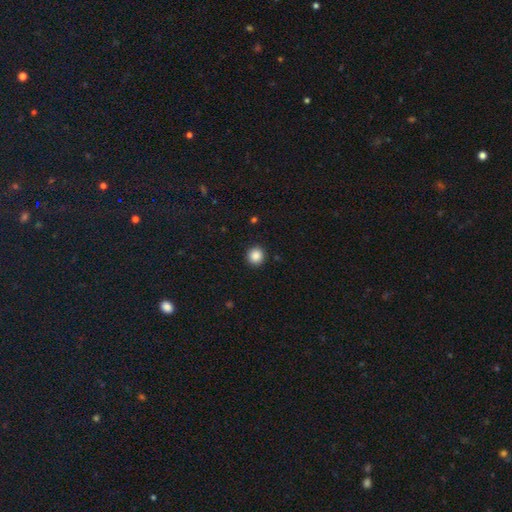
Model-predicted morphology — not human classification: Smooth or featured? Predicted: smooth (p=0.88). How rounded? Predicted: round (p=0.93). Merging? Predicted: none (p=0.92).